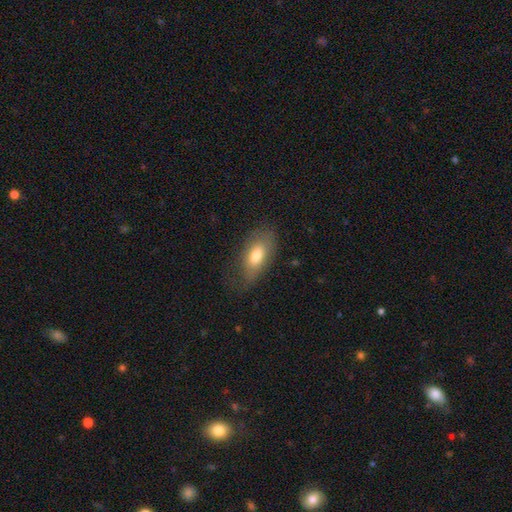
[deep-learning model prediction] smooth-or-featured: smooth: 71% | featured or disk: 21% | star or artifact: 8%
  how-rounded: in between: 88% | cigar-shaped: 7% | round: 5%
  merging: none: 67% | minor disturbance: 23% | major disturbance: 9% | merger: 1%